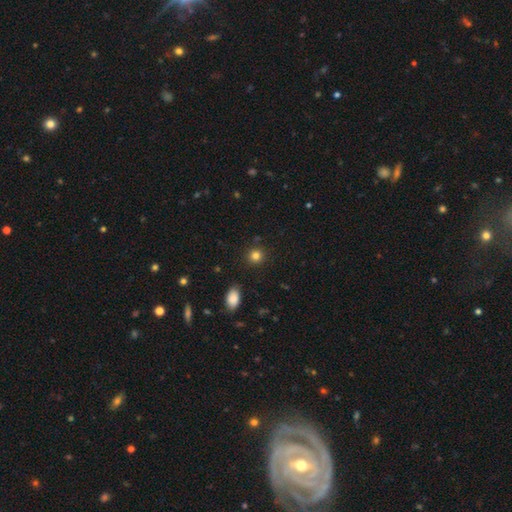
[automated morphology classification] smooth_or_featured: smooth (p=0.83) [alt: star or artifact p=0.12]
how_rounded: round (p=0.90) [alt: in between p=0.09]
merging: none (p=0.89) [alt: minor disturbance p=0.07]